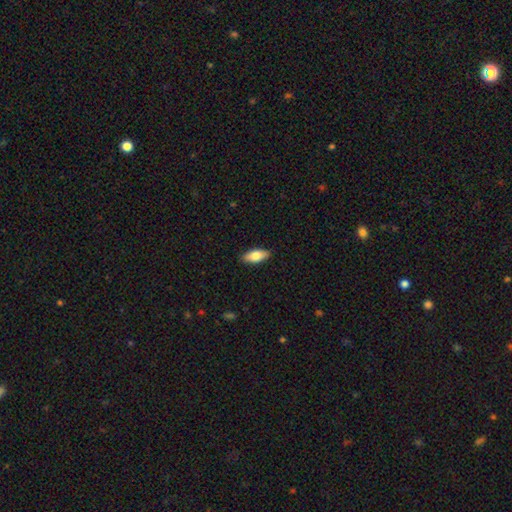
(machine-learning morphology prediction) The model was most divided on "smooth or featured": smooth: 78%, featured or disk: 16%, star or artifact: 6%. More confident: merging — none (89%); how rounded — in between (84%).